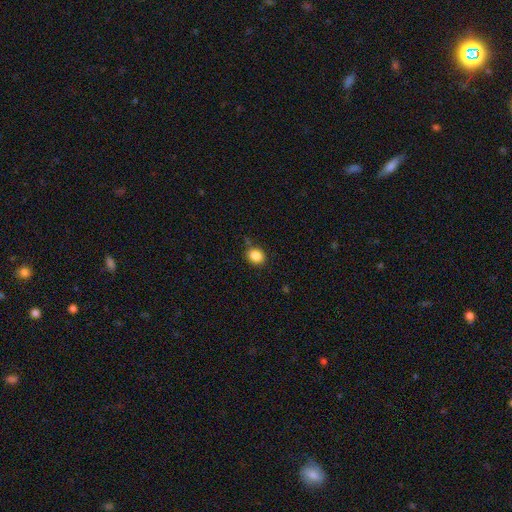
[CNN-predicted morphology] A smooth galaxy with no disk features (86%) that is round (59%). Merging: none (80%).